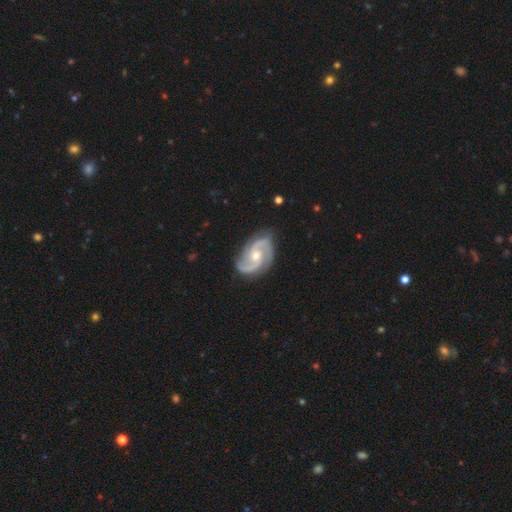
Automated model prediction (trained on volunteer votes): Q: Smooth or featured?
A: featured or disk (93%); runner-up: star or artifact (4%)
Q: Edge-on disk?
A: no (98%); runner-up: yes (2%)
Q: Bar?
A: no (56%); runner-up: weak (34%)
Q: Spiral arms?
A: yes (98%); runner-up: no (2%)
Q: Spiral winding?
A: medium (57%); runner-up: tight (28%)
Q: Spiral arm count?
A: 2 (88%); runner-up: 3 (6%)
Q: Bulge size?
A: moderate (63%); runner-up: small (33%)
Q: Merging?
A: none (82%); runner-up: minor disturbance (14%)